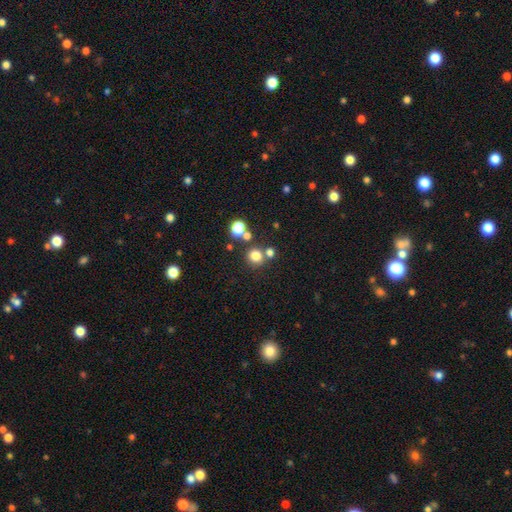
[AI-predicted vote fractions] Smooth or featured?
  - smooth: 77% *
  - star or artifact: 17%
  - featured or disk: 7%
How rounded?
  - round: 89% *
  - in between: 11%
  - cigar-shaped: 1%
Merging?
  - none: 71% *
  - merger: 18%
  - minor disturbance: 8%
  - major disturbance: 4%